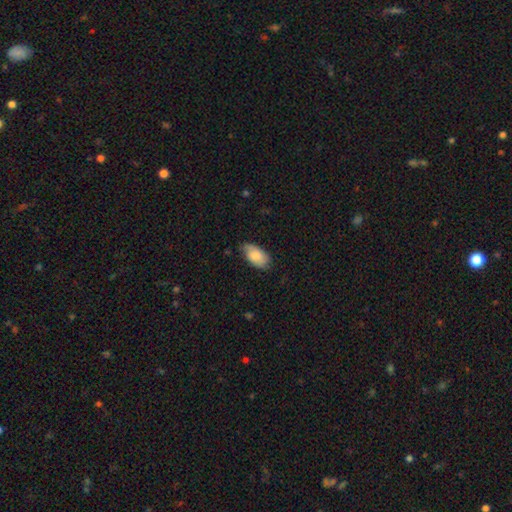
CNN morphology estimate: smooth 82%, featured or disk 12%, star or artifact 6%. Down the decision tree: how rounded — in between (95%); merging — none (64%).